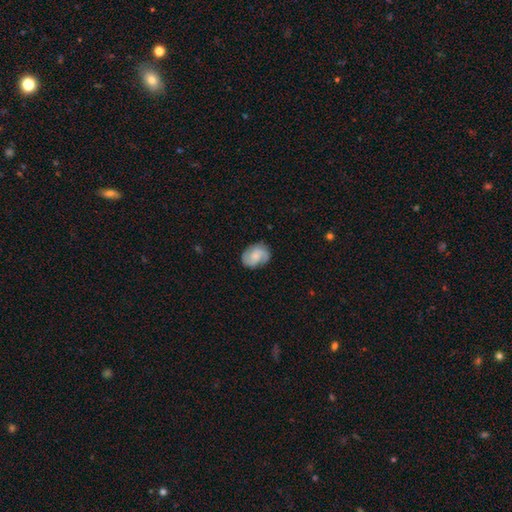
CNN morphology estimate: Smooth or featured? featured or disk (57%)
Edge-on disk? no (97%)
Bar? no (65%)
Spiral arms? yes (91%)
Spiral winding? medium (45%)
Spiral arm count? 2 (51%)
Bulge size? small (38%)
Merging? none (75%)